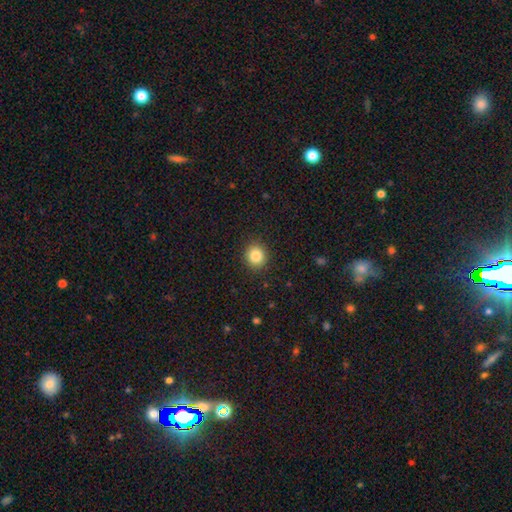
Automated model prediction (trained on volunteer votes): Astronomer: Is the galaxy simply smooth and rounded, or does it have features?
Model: smooth — 85%.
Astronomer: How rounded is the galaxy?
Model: round — 87%.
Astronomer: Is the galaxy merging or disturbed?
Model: none — 90%.